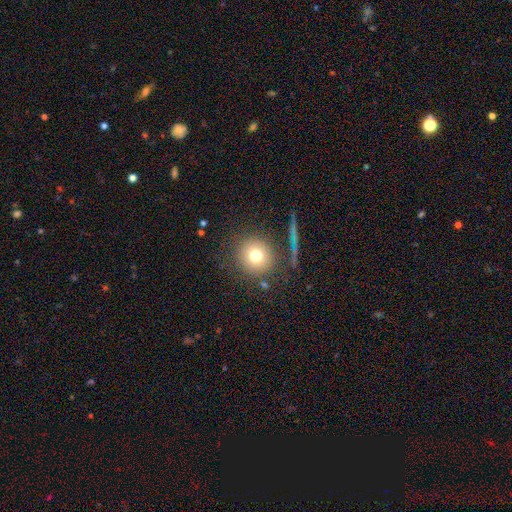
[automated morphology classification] smooth 75%, star or artifact 13%, featured or disk 12%. Down the decision tree: how rounded — round (92%); merging — none (83%).